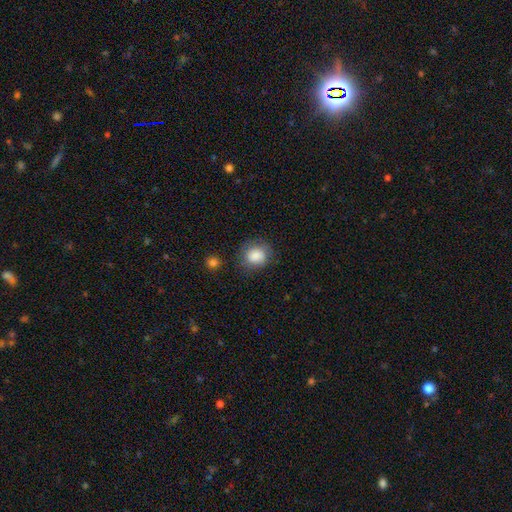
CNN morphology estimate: The model was most divided on "how rounded": round: 74%, in between: 25%, cigar-shaped: 1%. More confident: smooth or featured — smooth (85%); merging — none (70%).